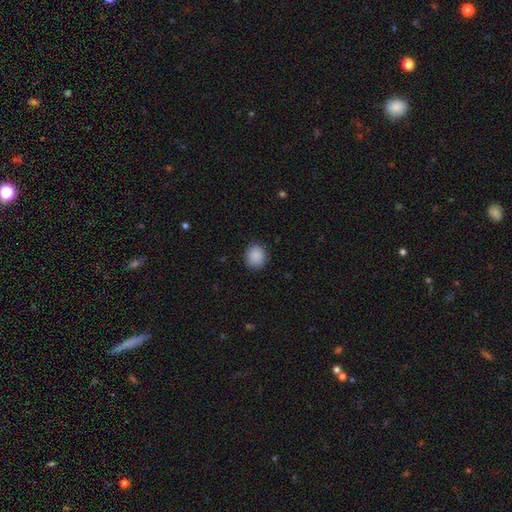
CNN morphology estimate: Smooth or featured? Predicted: smooth (p=0.89). How rounded? Predicted: round (p=0.79). Merging? Predicted: none (p=0.88).